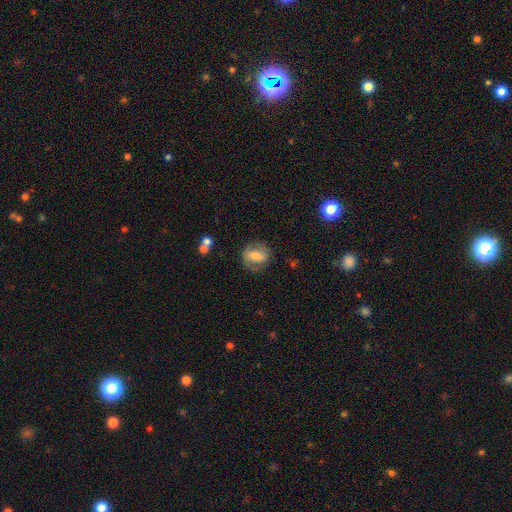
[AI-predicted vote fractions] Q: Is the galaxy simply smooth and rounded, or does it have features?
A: smooth — 47%.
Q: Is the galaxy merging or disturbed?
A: none — 74%.